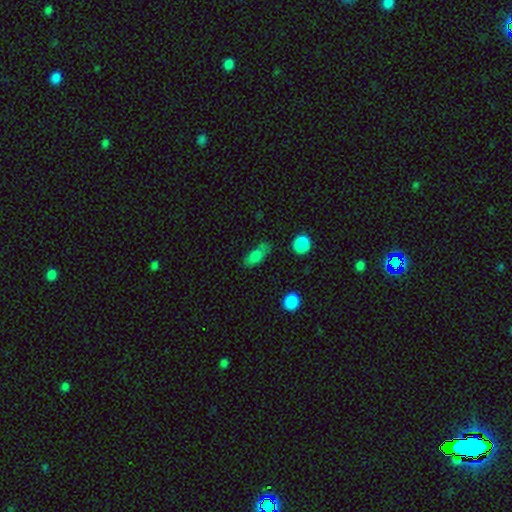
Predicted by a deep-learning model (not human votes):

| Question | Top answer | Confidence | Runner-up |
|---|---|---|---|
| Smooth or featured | smooth | 80% | featured or disk (11%) |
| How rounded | in between | 81% | cigar-shaped (12%) |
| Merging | none | 54% | minor disturbance (27%) |